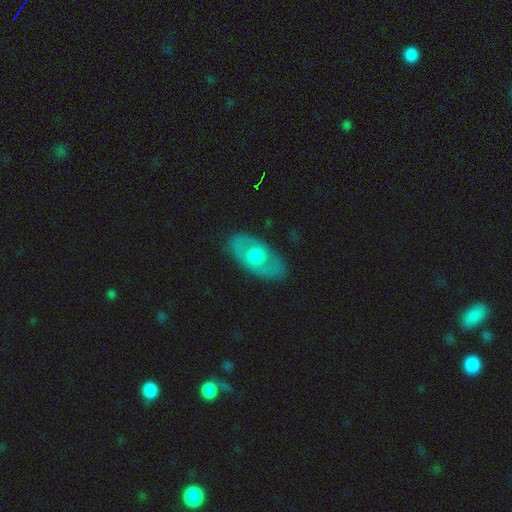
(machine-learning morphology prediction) Q: Smooth or featured?
A: featured or disk (54%); runner-up: smooth (41%)
Q: Edge-on disk?
A: no (84%); runner-up: yes (16%)
Q: Merging?
A: none (83%); runner-up: minor disturbance (12%)